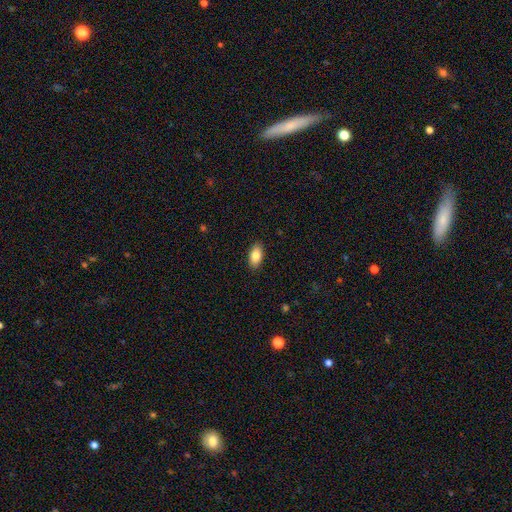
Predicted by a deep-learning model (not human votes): Smooth or featured? Predicted: smooth (p=0.86). How rounded? Predicted: in between (p=0.93). Merging? Predicted: none (p=0.89).